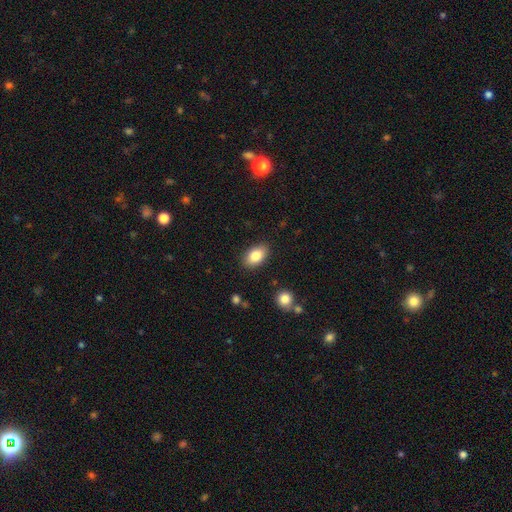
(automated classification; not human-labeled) A smooth galaxy with no disk features (83%) that is in between round and cigar-shaped (90%).

Vote fractions:
- Smooth or featured? smooth: 83% / featured or disk: 9% / star or artifact: 8%
- How rounded? in between: 90% / round: 8% / cigar-shaped: 2%
- Merging? none: 86% / minor disturbance: 10% / major disturbance: 2% / merger: 2%